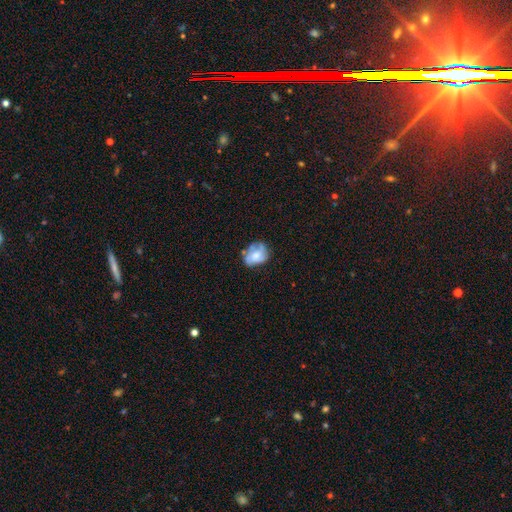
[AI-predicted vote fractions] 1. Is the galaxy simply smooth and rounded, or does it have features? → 50% smooth, 42% featured or disk, 8% star or artifact.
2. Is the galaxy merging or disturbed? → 49% none, 30% minor disturbance, 14% major disturbance, 7% merger.